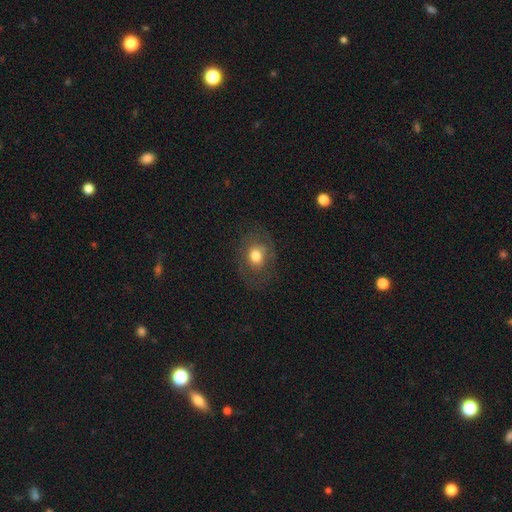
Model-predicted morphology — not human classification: The model was most divided on "how rounded": in between: 51%, round: 48%, cigar-shaped: 1%. More confident: merging — none (72%); smooth or featured — smooth (66%).